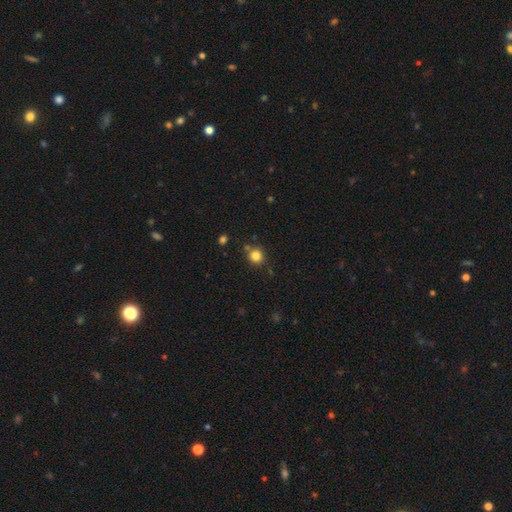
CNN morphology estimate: A smooth galaxy with no disk features (82%) that is round (90%).

Vote fractions:
- Smooth or featured? smooth: 82% / star or artifact: 13% / featured or disk: 5%
- How rounded? round: 90% / in between: 9% / cigar-shaped: 1%
- Merging? none: 79% / minor disturbance: 10% / merger: 8% / major disturbance: 3%